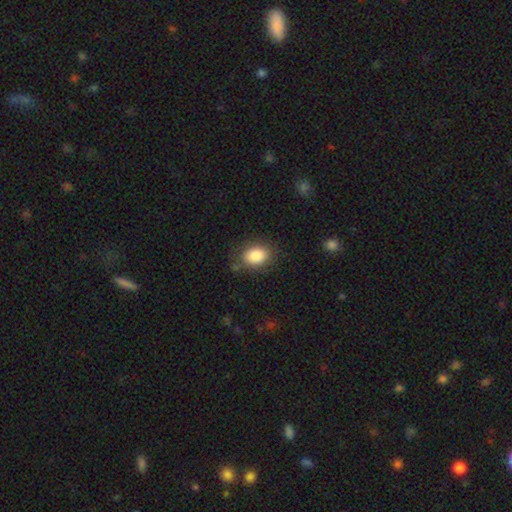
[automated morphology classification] type=smooth (86%); roundness=in between (75%); merging=none (78%).